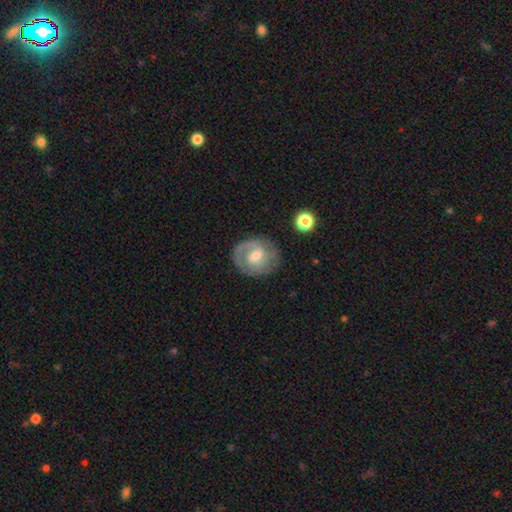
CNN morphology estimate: This appears to be a featured or disk galaxy (74%) with a weak bar (55%), 2 (54%) tight (47%) spiral arms (89%) and a moderate central bulge (53%). Merging: none (75%).